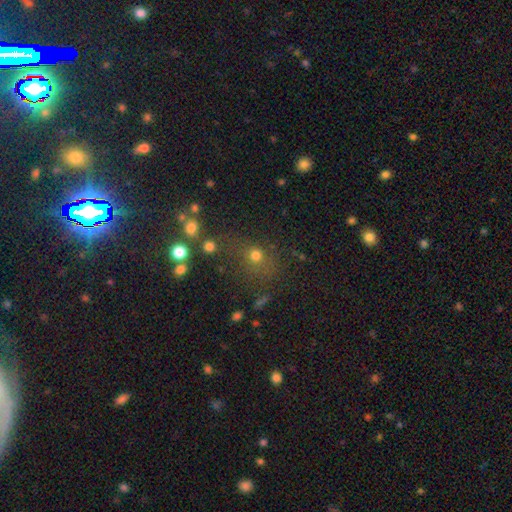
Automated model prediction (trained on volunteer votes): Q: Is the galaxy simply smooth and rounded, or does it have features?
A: smooth — 67%.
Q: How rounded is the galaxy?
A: round — 81%.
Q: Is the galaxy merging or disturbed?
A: none — 63%.